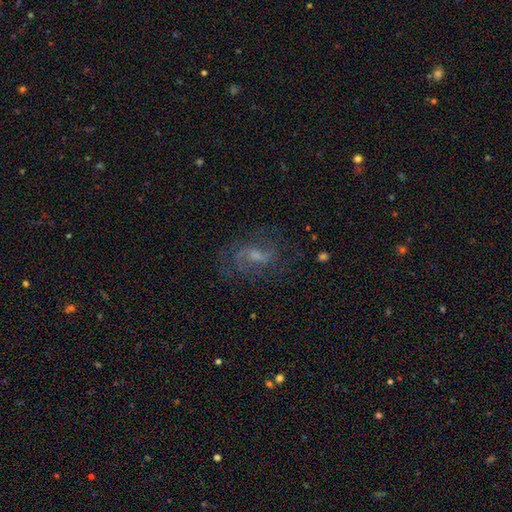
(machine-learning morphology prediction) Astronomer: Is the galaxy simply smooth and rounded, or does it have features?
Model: featured or disk — 73%.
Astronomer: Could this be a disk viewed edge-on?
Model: no — 96%.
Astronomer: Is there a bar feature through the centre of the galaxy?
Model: weak — 55%.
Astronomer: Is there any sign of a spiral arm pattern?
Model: yes — 90%.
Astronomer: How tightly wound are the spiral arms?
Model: medium — 45% (runner-up: loose, 40%).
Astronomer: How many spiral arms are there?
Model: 2 — 67%.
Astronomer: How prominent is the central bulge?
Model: small — 43% (runner-up: moderate, 35%).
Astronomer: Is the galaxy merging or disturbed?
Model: none — 66%.